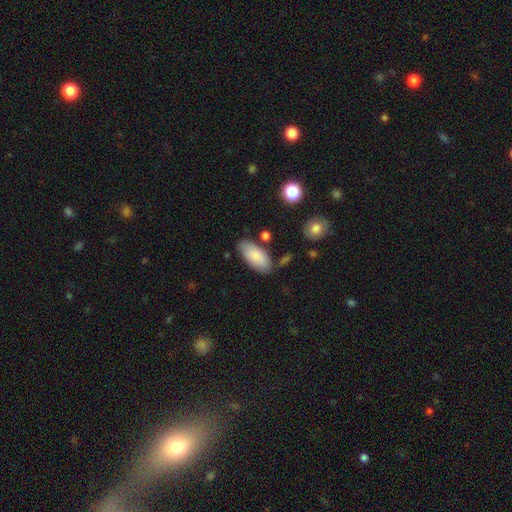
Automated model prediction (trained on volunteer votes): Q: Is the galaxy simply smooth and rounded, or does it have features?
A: smooth — 84%.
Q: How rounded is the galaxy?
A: in between — 91%.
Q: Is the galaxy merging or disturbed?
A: none — 75%.